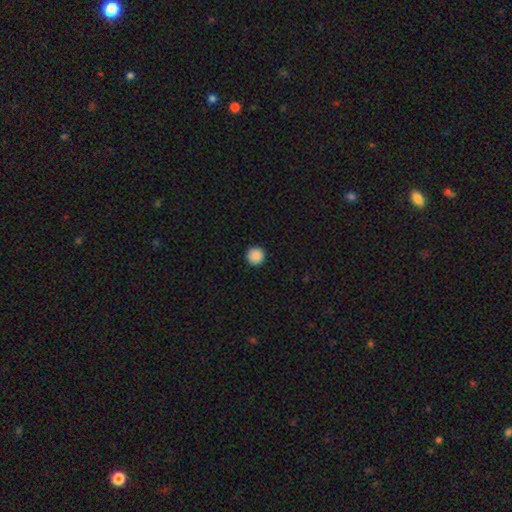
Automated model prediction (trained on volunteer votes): Smooth or featured?
  - smooth: 89% *
  - star or artifact: 9%
  - featured or disk: 2%
How rounded?
  - round: 96% *
  - in between: 3%
  - cigar-shaped: 1%
Merging?
  - none: 93% *
  - minor disturbance: 4%
  - major disturbance: 2%
  - merger: 1%